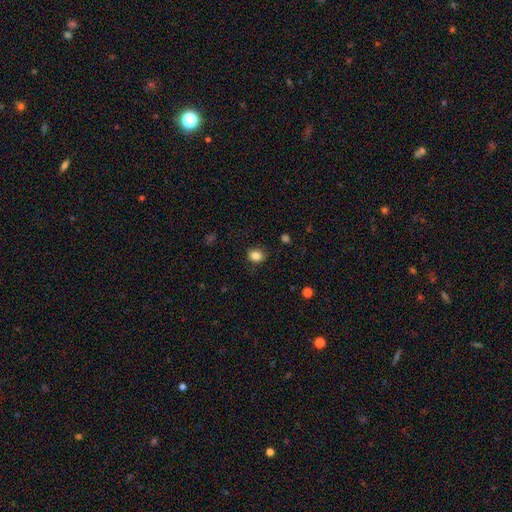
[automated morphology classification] A smooth galaxy with no disk features (84%) that is round (56%).

Vote fractions:
- Smooth or featured? smooth: 84% / star or artifact: 10% / featured or disk: 6%
- How rounded? round: 56% / in between: 43% / cigar-shaped: 1%
- Merging? none: 85% / minor disturbance: 11% / major disturbance: 3% / merger: 1%